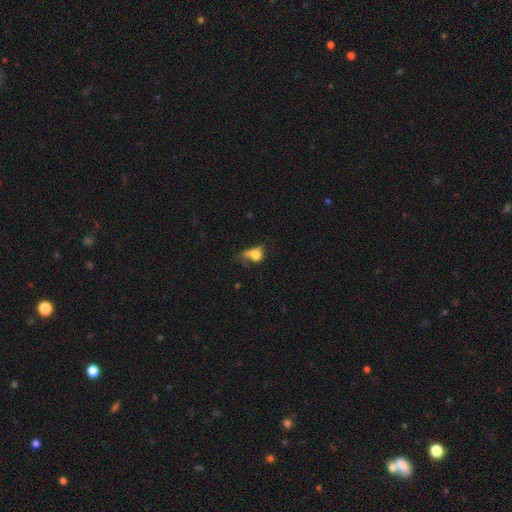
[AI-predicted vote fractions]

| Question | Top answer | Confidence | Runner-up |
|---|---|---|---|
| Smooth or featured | smooth | 66% | featured or disk (21%) |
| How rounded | in between | 67% | round (30%) |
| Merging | major disturbance | 45% | minor disturbance (22%) |